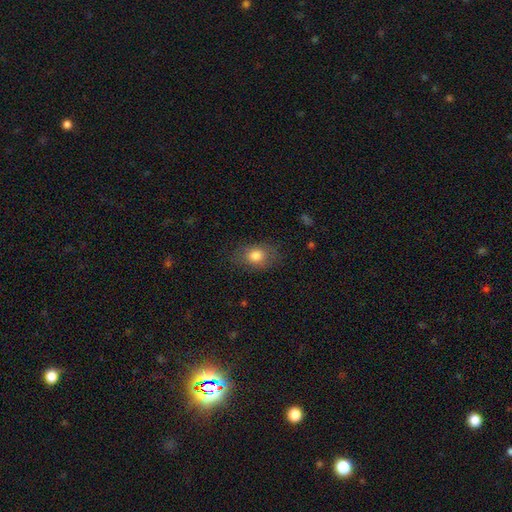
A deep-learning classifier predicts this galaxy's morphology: Overall: smooth (80%). How rounded: in between (73%). Merging: none (76%).